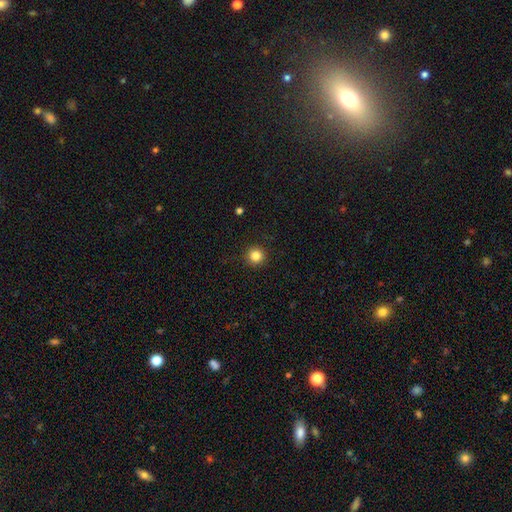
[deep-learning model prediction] Overall: smooth (84%). How rounded: round (95%). Merging: none (92%).